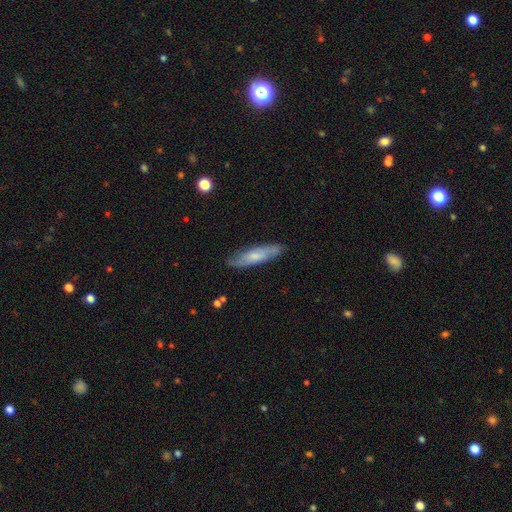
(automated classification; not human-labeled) Morphology: type=smooth (53%); roundness=cigar-shaped (73%); merging=none (83%).